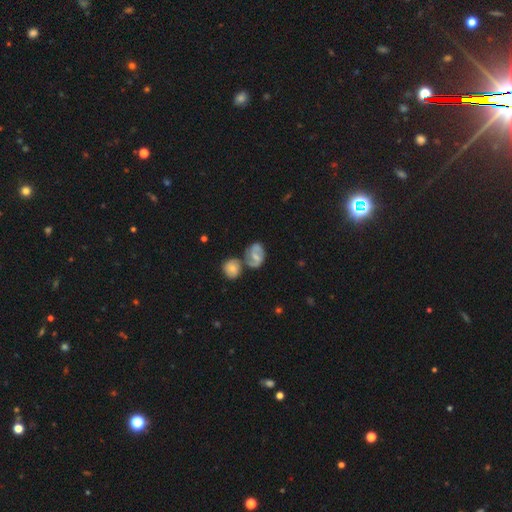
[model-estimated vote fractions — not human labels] A featured or disk galaxy (63%) with a weak bar (50%), 2 (80%) medium (49%) spiral arms (85%) and a small central bulge (45%). Merging: none (46%).